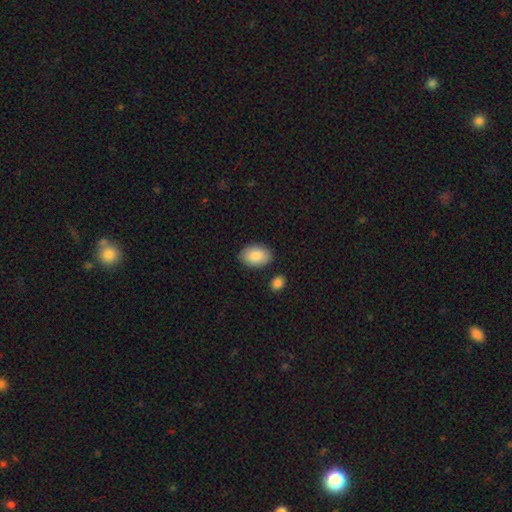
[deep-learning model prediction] Smooth or featured? Predicted: smooth (p=0.87). How rounded? Predicted: in between (p=0.89). Merging? Predicted: none (p=0.84).